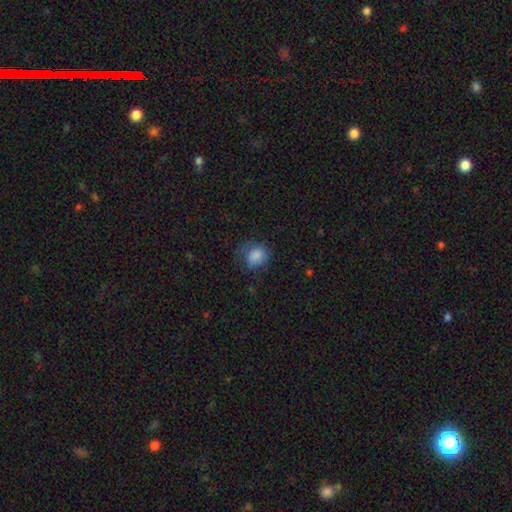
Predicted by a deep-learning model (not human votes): Q: Smooth or featured?
A: smooth (83%); runner-up: star or artifact (9%)
Q: How rounded?
A: round (65%); runner-up: in between (34%)
Q: Merging?
A: none (57%); runner-up: minor disturbance (25%)